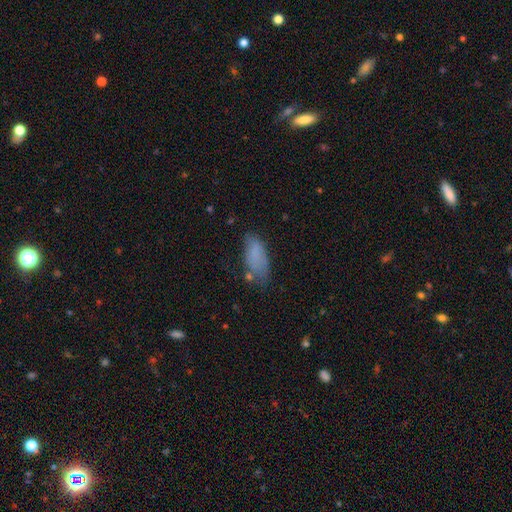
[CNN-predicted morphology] type=smooth (77%); roundness=in between (82%); merging=none (56%).